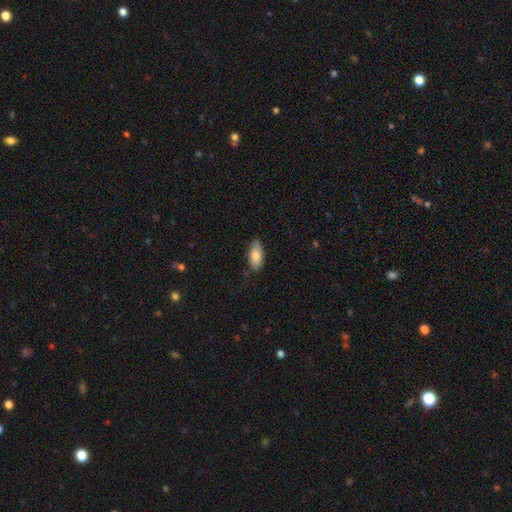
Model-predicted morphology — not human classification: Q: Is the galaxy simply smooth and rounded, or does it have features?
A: smooth — 82%.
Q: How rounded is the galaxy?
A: in between — 85%.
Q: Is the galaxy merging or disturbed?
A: none — 78%.